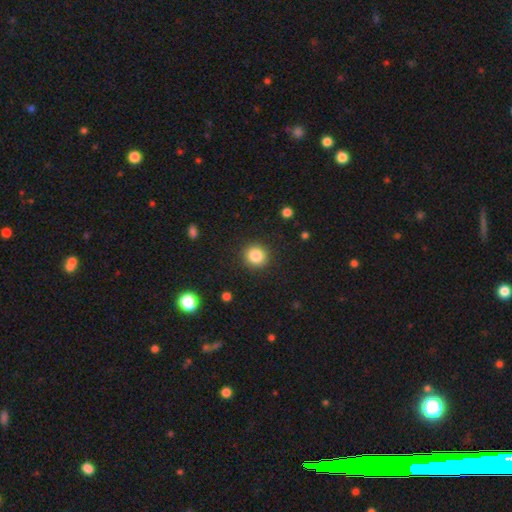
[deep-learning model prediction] A smooth galaxy with no disk features (84%) that is round (91%). Merging: none (91%).